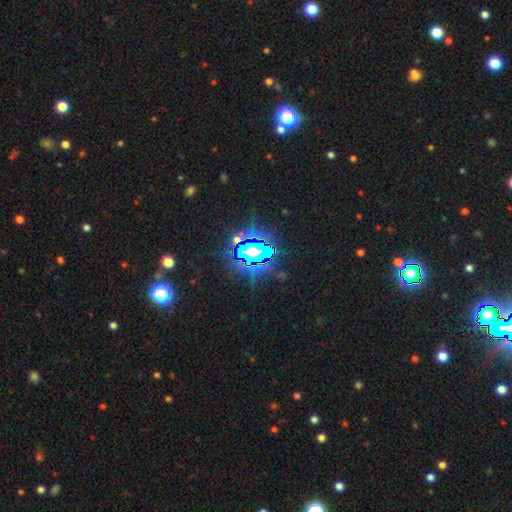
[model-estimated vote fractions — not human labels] Smooth or featured?
  - star or artifact: 68% *
  - smooth: 18%
  - featured or disk: 14%